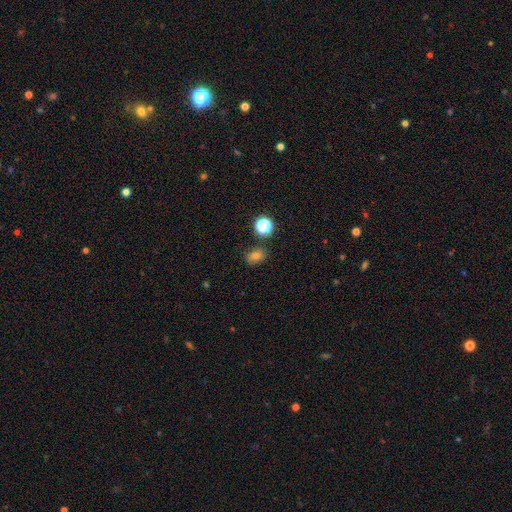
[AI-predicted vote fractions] Morphology: type=smooth (60%); roundness=in between (56%); merging=none (81%).